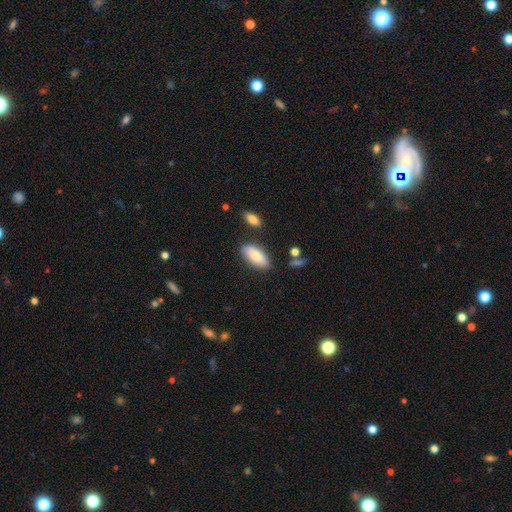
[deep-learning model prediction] Smooth or featured? smooth (80%)
How rounded? in between (88%)
Merging? none (82%)